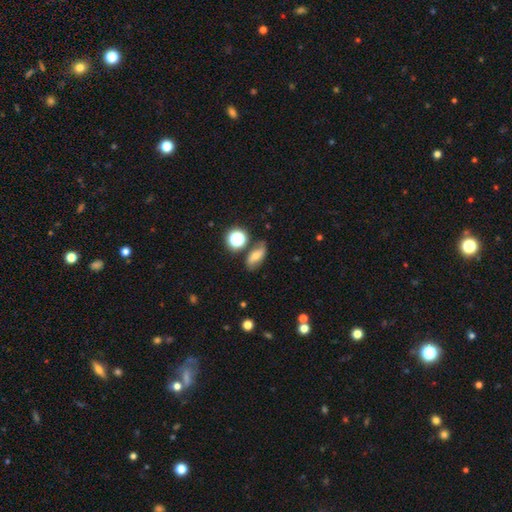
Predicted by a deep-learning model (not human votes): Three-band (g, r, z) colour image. It shows a smooth galaxy with no disk features (51%) that is in between round and cigar-shaped (76%). Merging: none (70%).